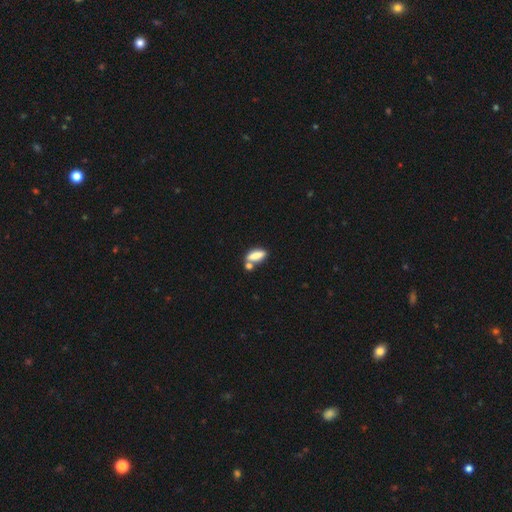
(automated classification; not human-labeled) Smooth or featured? Predicted: smooth (p=0.80). How rounded? Predicted: in between (p=0.68). Merging? Predicted: none (p=0.51).